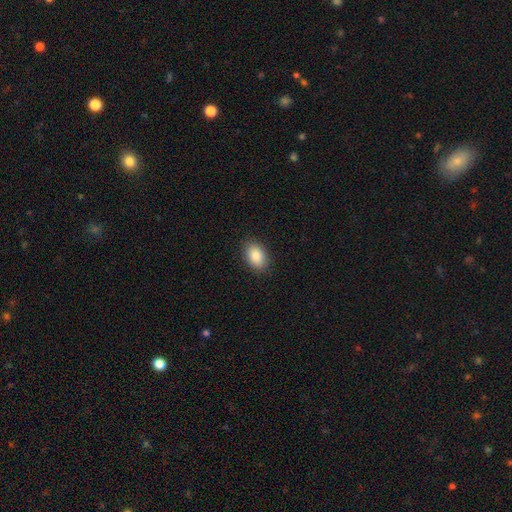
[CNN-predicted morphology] A smooth galaxy with no disk features (89%) that is in between round and cigar-shaped (89%). Merging: none (88%).